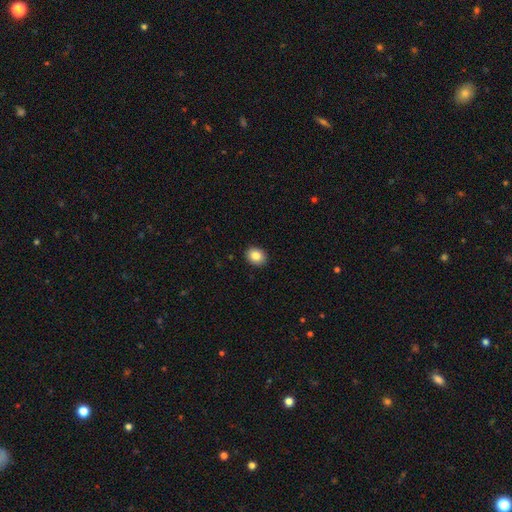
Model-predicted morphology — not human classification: The model was most divided on "how rounded": round: 53%, in between: 46%, cigar-shaped: 1%. More confident: merging — none (91%); smooth or featured — smooth (85%).